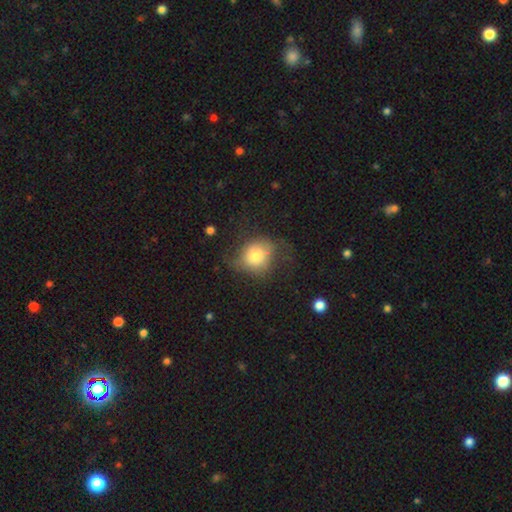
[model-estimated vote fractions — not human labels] smooth 68%, featured or disk 23%, star or artifact 9%. Down the decision tree: how rounded — round (72%); merging — none (44%).